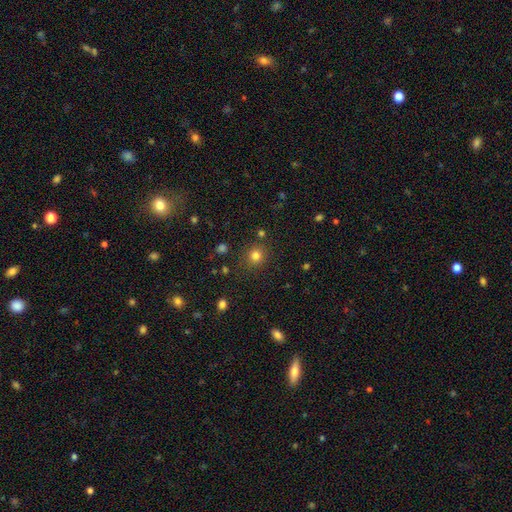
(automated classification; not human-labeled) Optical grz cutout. It shows a smooth galaxy with no disk features (80%) that is round (89%). Merging: none (85%).